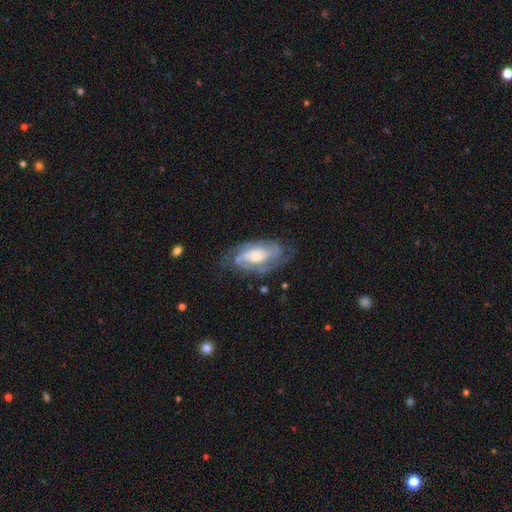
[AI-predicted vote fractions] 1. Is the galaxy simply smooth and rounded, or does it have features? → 82% featured or disk, 13% smooth, 5% star or artifact.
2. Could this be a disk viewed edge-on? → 94% no, 6% yes.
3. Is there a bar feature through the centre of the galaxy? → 55% no, 32% weak, 13% strong.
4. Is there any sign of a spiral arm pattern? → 94% yes, 6% no.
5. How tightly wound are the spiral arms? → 52% tight, 38% medium, 10% loose.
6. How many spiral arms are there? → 57% 2, 19% can't tell, 14% 3, 4% 1, 3% 4, 3% more than 4.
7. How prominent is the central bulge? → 51% moderate, 29% small, 15% large, 3% none, 2% dominant.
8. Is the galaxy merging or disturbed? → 69% none, 20% minor disturbance, 10% major disturbance, 1% merger.